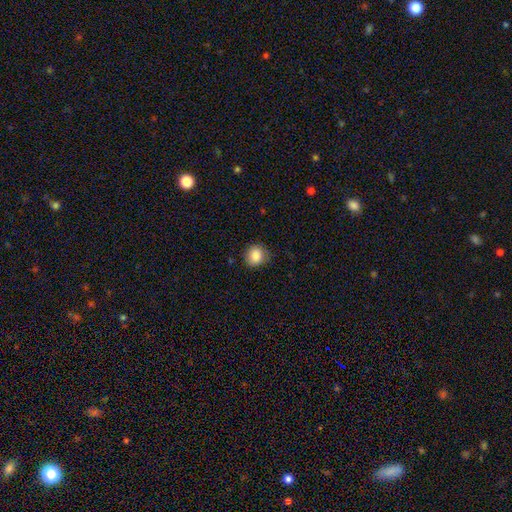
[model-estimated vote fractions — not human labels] A smooth galaxy with no disk features (86%) that is round (86%).

Vote fractions:
- Smooth or featured? smooth: 86% / star or artifact: 9% / featured or disk: 5%
- How rounded? round: 86% / in between: 13% / cigar-shaped: 1%
- Merging? none: 82% / minor disturbance: 14% / major disturbance: 3% / merger: 1%